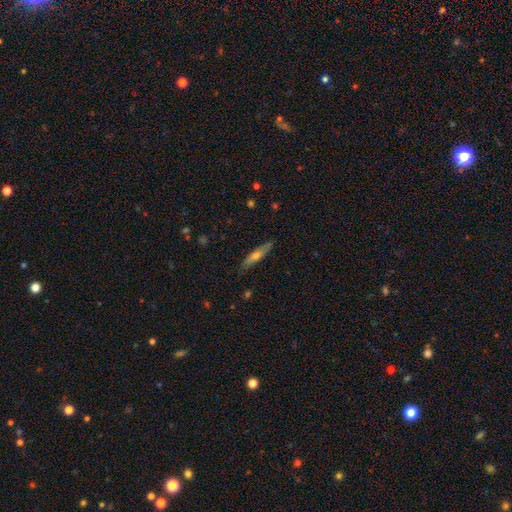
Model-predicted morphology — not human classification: The model was most divided on "smooth or featured": smooth: 50%, featured or disk: 44%, star or artifact: 6%. More confident: merging — none (84%); how rounded — cigar-shaped (83%).